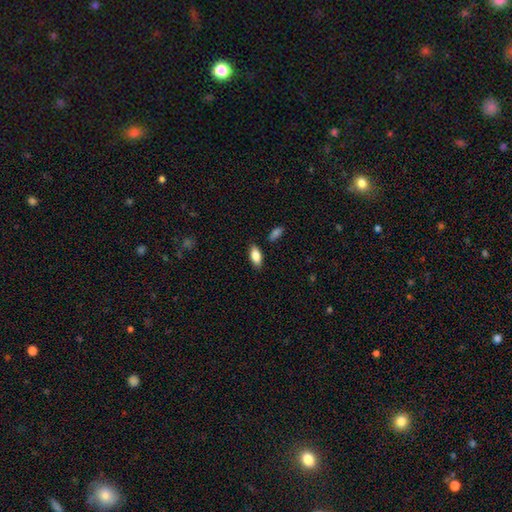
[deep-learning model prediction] This appears to be a smooth galaxy with no disk features (85%) that is in between round and cigar-shaped (87%). Merging: none (85%).